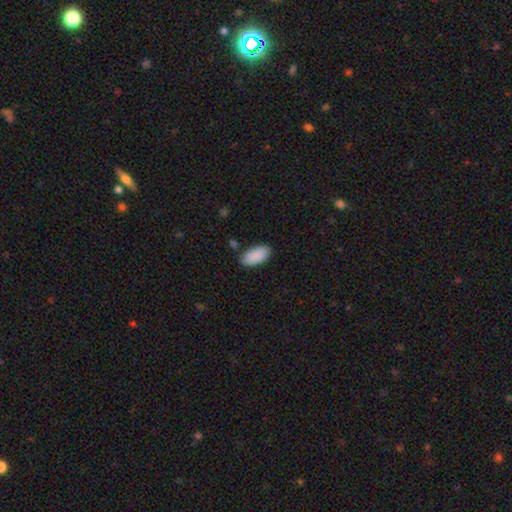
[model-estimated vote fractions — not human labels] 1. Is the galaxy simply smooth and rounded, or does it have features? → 89% smooth, 6% star or artifact, 4% featured or disk.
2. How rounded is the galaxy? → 94% in between, 4% cigar-shaped, 2% round.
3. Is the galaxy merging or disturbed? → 80% none, 14% minor disturbance, 3% merger, 3% major disturbance.